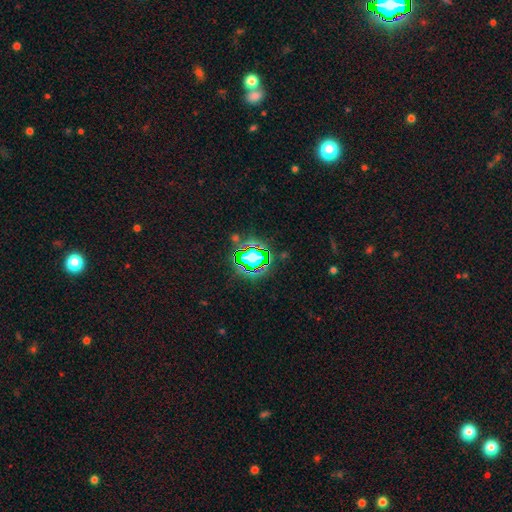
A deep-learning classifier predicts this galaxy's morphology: A star or artifact, not a galaxy (58%).

Vote fractions:
- Smooth or featured? star or artifact: 58% / smooth: 28% / featured or disk: 14%